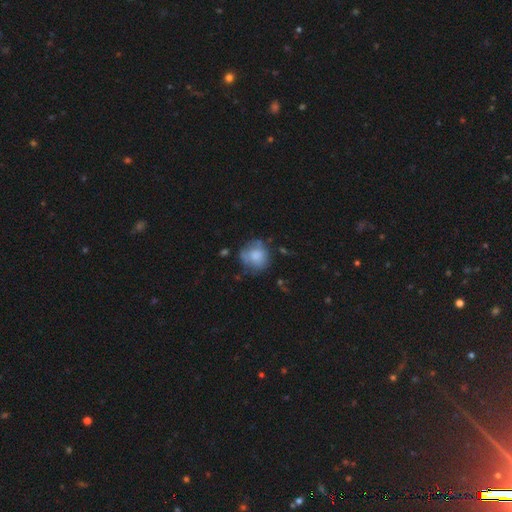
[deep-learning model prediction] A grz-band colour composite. It shows a smooth galaxy with no disk features (71%) that is round (82%). Merging: none (57%).